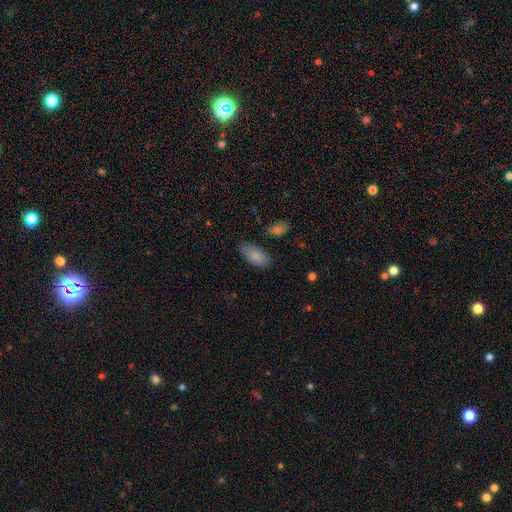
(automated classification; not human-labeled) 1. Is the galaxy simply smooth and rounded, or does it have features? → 82% smooth, 12% featured or disk, 6% star or artifact.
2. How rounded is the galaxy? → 92% in between, 6% cigar-shaped, 2% round.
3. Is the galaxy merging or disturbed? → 80% none, 14% minor disturbance, 3% major disturbance, 3% merger.